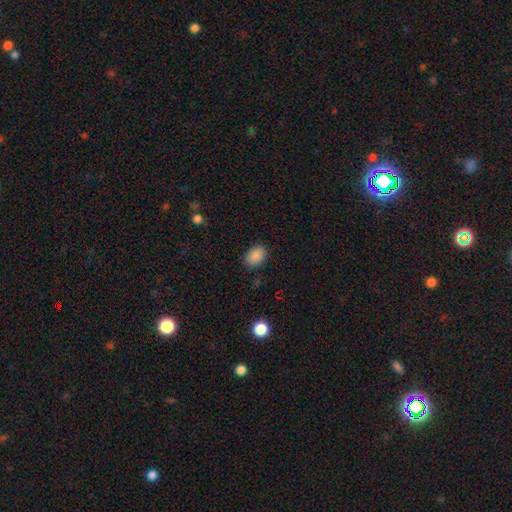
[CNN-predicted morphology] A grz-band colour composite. It shows a smooth galaxy with no disk features (88%) that is in between round and cigar-shaped (77%). Merging: none (86%).